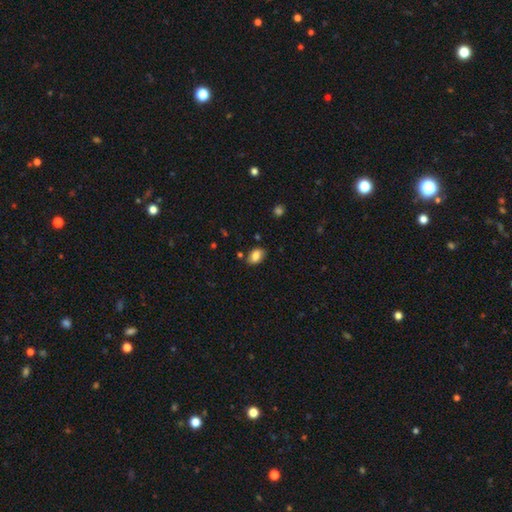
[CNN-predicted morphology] Smooth or featured? Predicted: smooth (p=0.81). How rounded? Predicted: in between (p=0.85). Merging? Predicted: none (p=0.80).